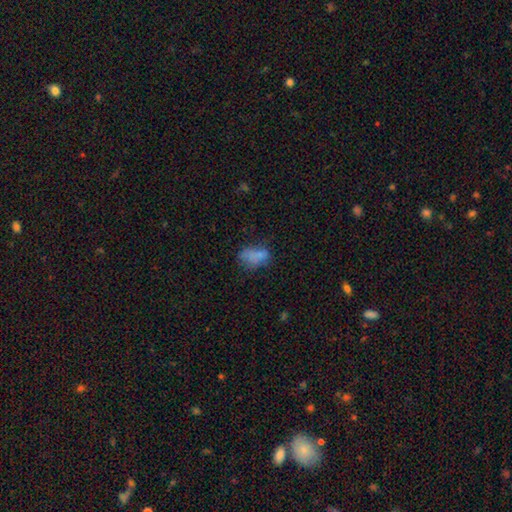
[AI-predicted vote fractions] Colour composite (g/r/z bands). It shows a smooth galaxy with no disk features (68%) that is in between round and cigar-shaped (84%). Merging: none (40%).